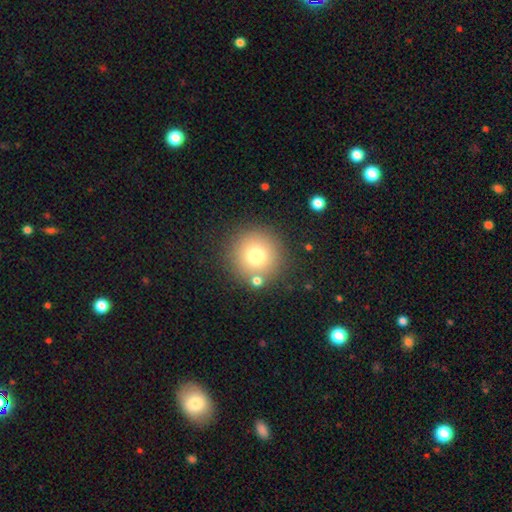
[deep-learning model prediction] Smooth or featured: smooth — 74% (star or artifact — 14%)
How rounded: round — 96% (in between — 3%)
Merging: none — 83% (minor disturbance — 7%)